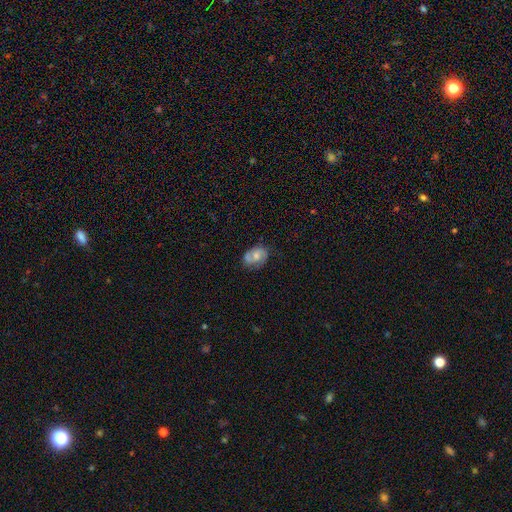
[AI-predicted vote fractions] smooth_or_featured: smooth (p=0.46) [tied with: featured or disk p=0.46]
merging: none (p=0.58) [alt: minor disturbance p=0.25]